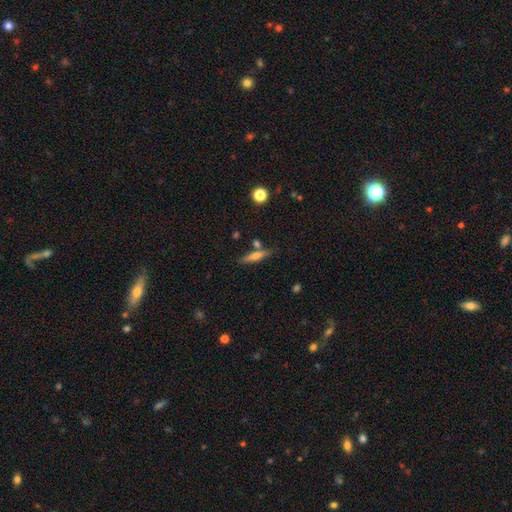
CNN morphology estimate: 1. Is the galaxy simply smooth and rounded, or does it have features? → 49% smooth, 43% featured or disk, 8% star or artifact.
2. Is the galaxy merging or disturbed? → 75% none, 12% minor disturbance, 11% merger, 3% major disturbance.